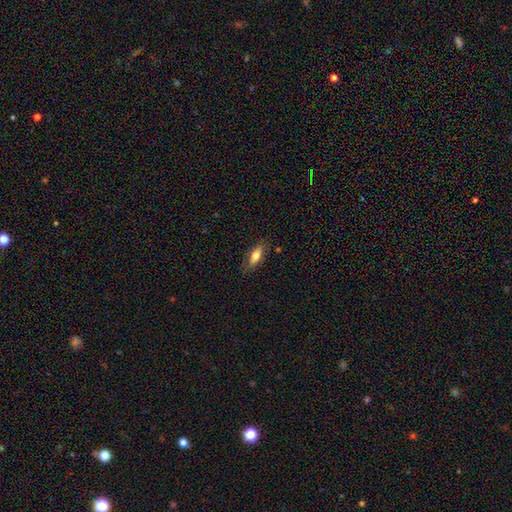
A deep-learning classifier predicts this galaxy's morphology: Smooth or featured? smooth (73%)
How rounded? in between (69%)
Merging? none (81%)